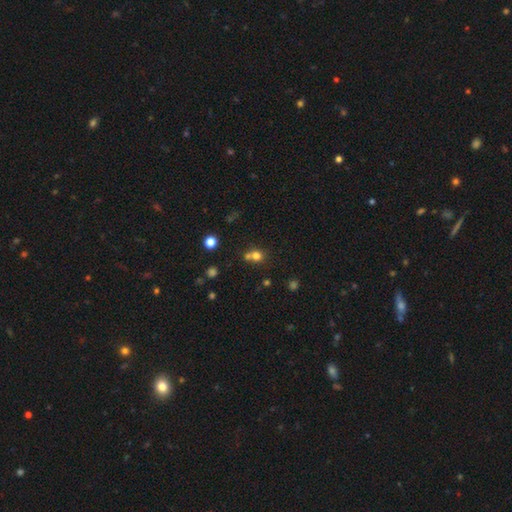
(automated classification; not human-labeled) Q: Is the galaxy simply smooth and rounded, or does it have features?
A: smooth — 74%.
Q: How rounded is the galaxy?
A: round — 81%.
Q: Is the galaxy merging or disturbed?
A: none — 47%.